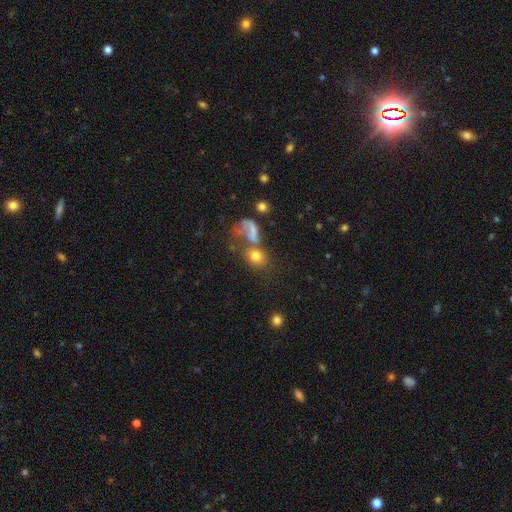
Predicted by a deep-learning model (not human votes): Smooth or featured?
  - smooth: 71% *
  - featured or disk: 15%
  - star or artifact: 15%
How rounded?
  - round: 62% *
  - in between: 36%
  - cigar-shaped: 2%
Merging?
  - none: 40% *
  - merger: 35%
  - major disturbance: 14%
  - minor disturbance: 12%